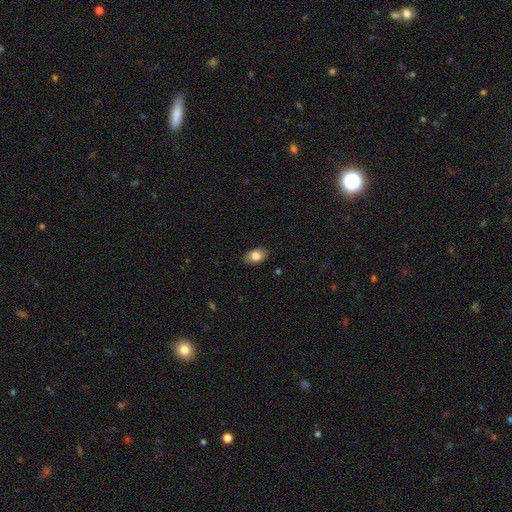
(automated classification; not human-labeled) This appears to be a smooth galaxy with no disk features (81%) that is in between round and cigar-shaped (91%). Merging: none (87%).